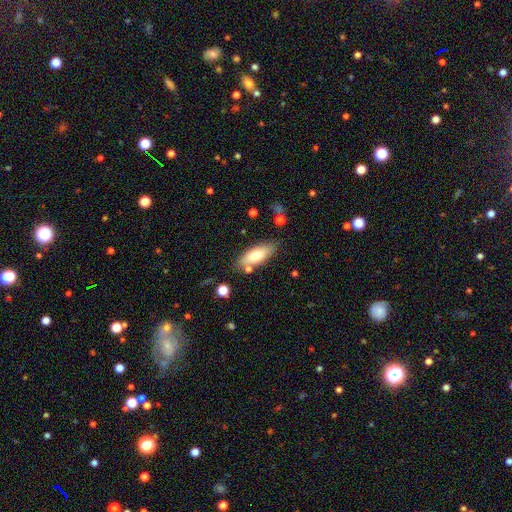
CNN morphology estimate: smooth-or-featured: smooth: 67% | featured or disk: 26% | star or artifact: 7%
  how-rounded: in between: 75% | cigar-shaped: 23% | round: 3%
  merging: none: 75% | minor disturbance: 14% | merger: 7% | major disturbance: 3%